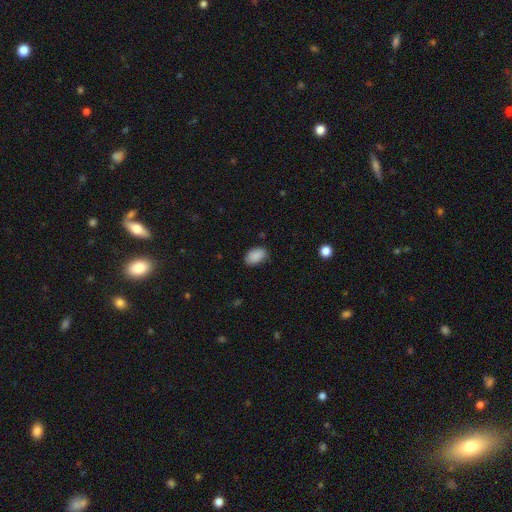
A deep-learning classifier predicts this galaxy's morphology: type=smooth (89%); roundness=in between (91%); merging=none (82%).